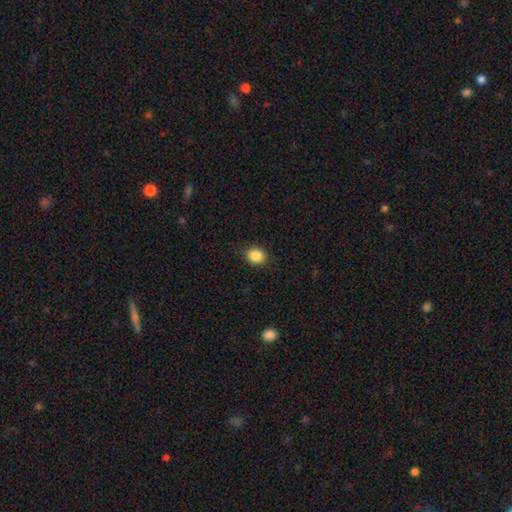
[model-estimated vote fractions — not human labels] smooth-or-featured: smooth: 87% | star or artifact: 9% | featured or disk: 3%
  how-rounded: round: 60% | in between: 39% | cigar-shaped: 1%
  merging: none: 88% | minor disturbance: 9% | major disturbance: 3% | merger: 1%